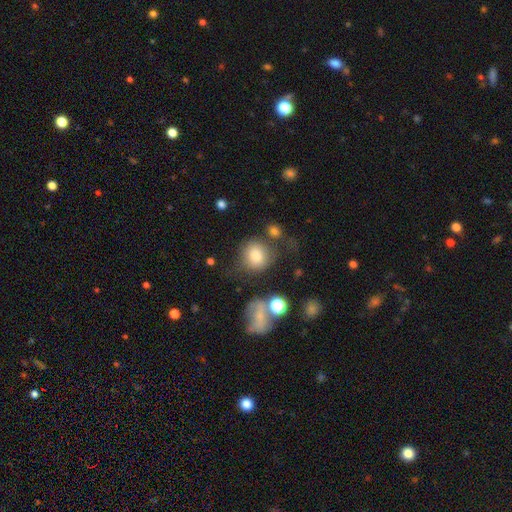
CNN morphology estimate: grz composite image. It shows a smooth galaxy with no disk features (78%) that is round (84%). Merging: none (59%).